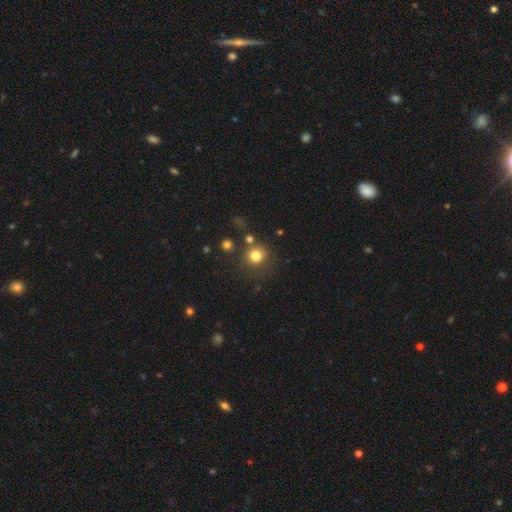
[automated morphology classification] smooth_or_featured: smooth (p=0.79) [alt: star or artifact p=0.13]
how_rounded: round (p=0.89) [alt: in between p=0.10]
merging: none (p=0.73) [alt: minor disturbance p=0.12]